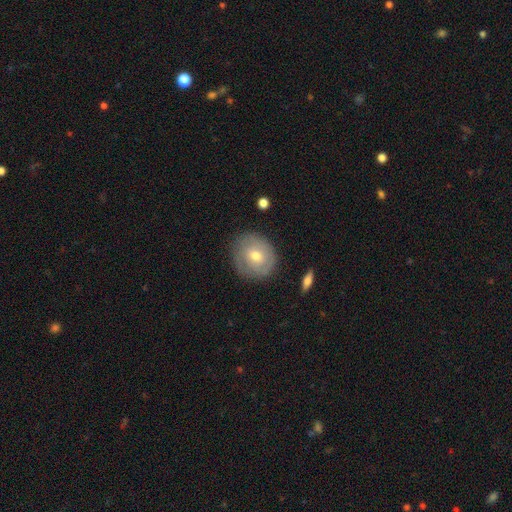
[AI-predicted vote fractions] A smooth galaxy with no disk features (49%). Merging: none (80%).